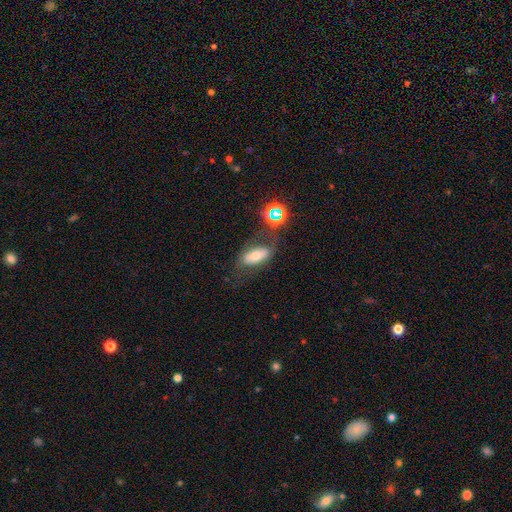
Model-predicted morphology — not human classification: Smooth or featured? smooth (54%)
How rounded? in between (83%)
Merging? none (56%)